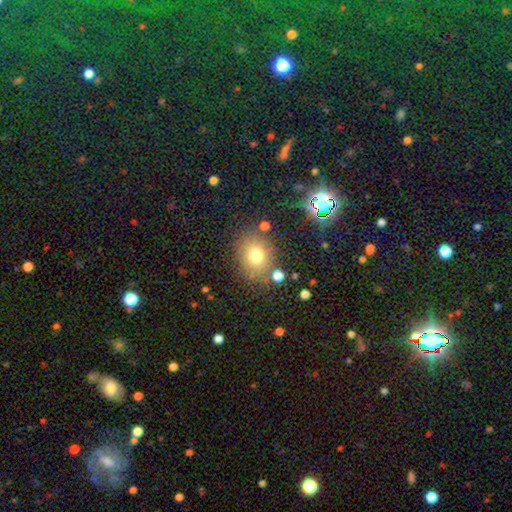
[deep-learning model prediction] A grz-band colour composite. It shows a smooth galaxy with no disk features (73%) that is round (61%). Merging: none (79%).